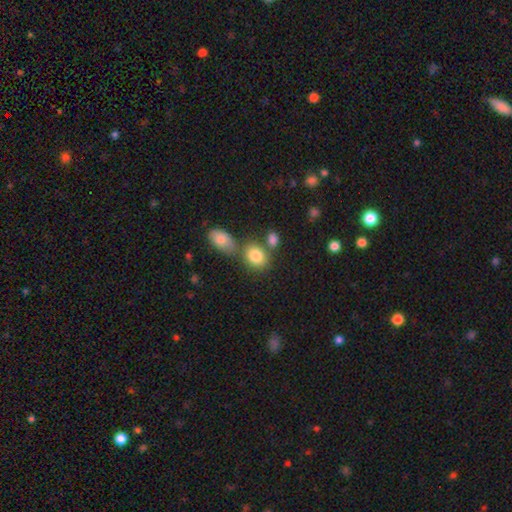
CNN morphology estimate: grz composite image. It shows a smooth galaxy with no disk features (83%) that is in between round and cigar-shaped (62%). Merging: none (54%).